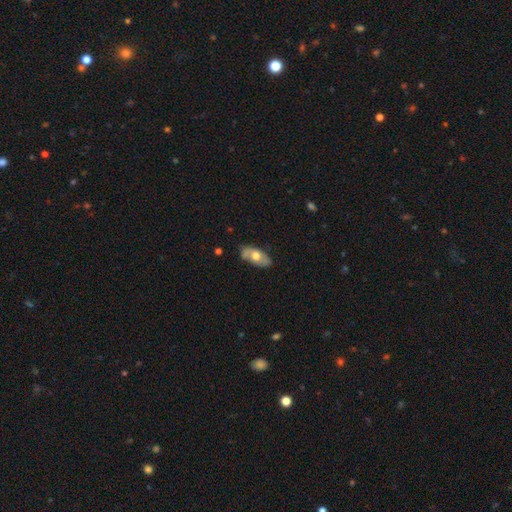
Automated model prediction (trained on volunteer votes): A smooth galaxy with no disk features (53%) that is in between round and cigar-shaped (89%).

Vote fractions:
- Smooth or featured? smooth: 53% / featured or disk: 42% / star or artifact: 6%
- How rounded? in between: 89% / cigar-shaped: 6% / round: 5%
- Merging? none: 75% / minor disturbance: 19% / major disturbance: 4% / merger: 2%